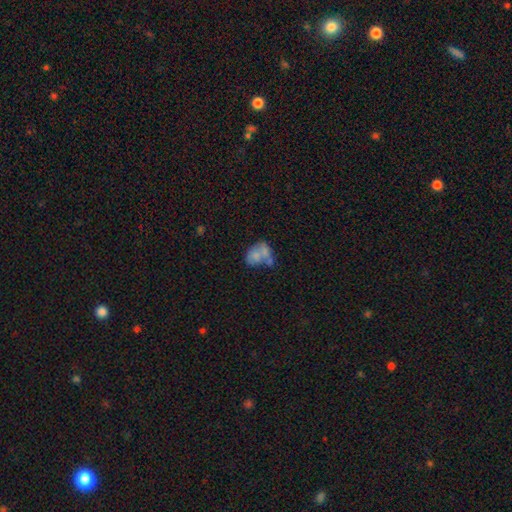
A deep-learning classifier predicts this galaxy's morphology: This is possibly a smooth galaxy (60%). How rounded: likely in between (68%). Merging: possibly merger (50%).